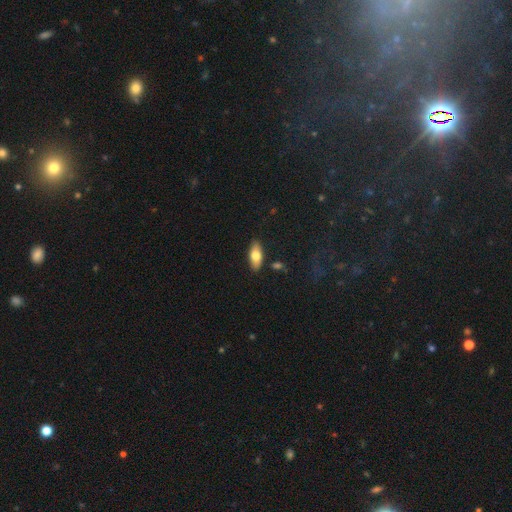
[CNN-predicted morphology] Smooth or featured? Predicted: smooth (p=0.70). How rounded? Predicted: in between (p=0.81). Merging? Predicted: none (p=0.85).